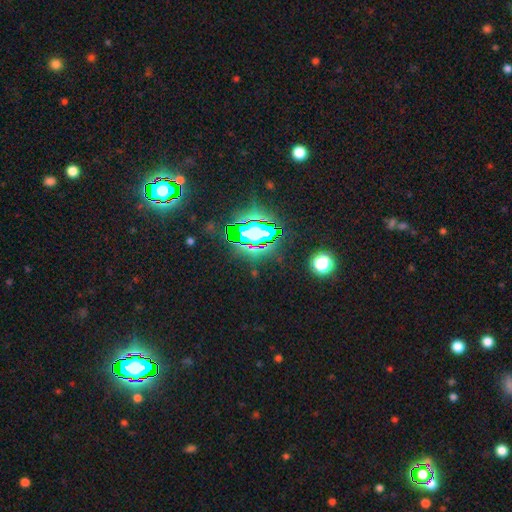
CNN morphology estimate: type=star or artifact (75%).